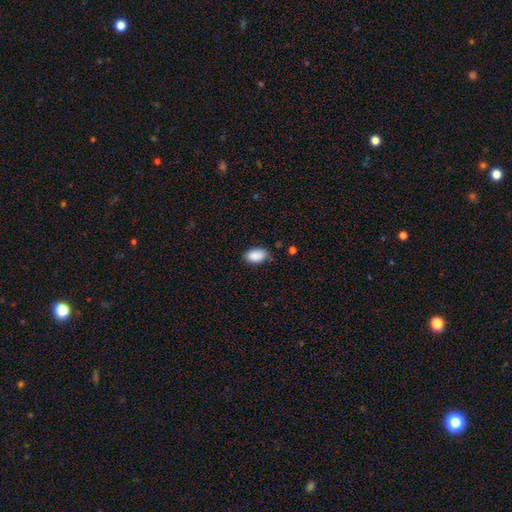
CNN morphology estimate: Q: Smooth or featured?
A: smooth (90%); runner-up: star or artifact (7%)
Q: How rounded?
A: in between (92%); runner-up: round (7%)
Q: Merging?
A: none (76%); runner-up: minor disturbance (19%)